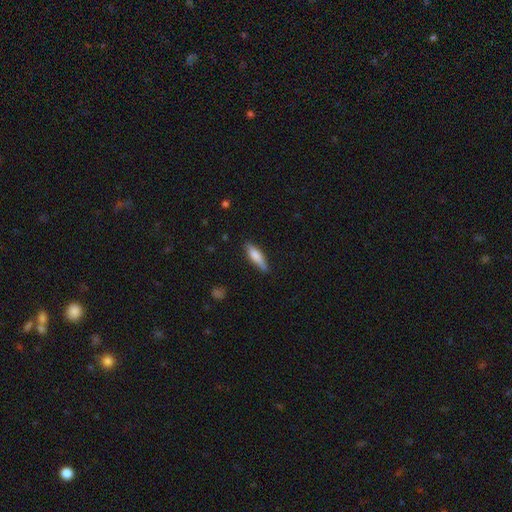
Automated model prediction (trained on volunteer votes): Smooth or featured?
  - smooth: 72% *
  - featured or disk: 22%
  - star or artifact: 6%
How rounded?
  - cigar-shaped: 61% *
  - in between: 37%
  - round: 2%
Merging?
  - none: 77% *
  - minor disturbance: 18%
  - major disturbance: 3%
  - merger: 2%